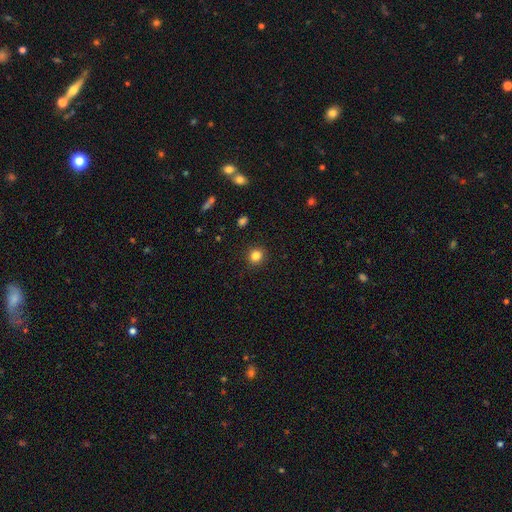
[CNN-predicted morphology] smooth_or_featured: smooth (p=0.83) [alt: star or artifact p=0.12]
how_rounded: round (p=0.90) [alt: in between p=0.09]
merging: none (p=0.92) [alt: minor disturbance p=0.05]